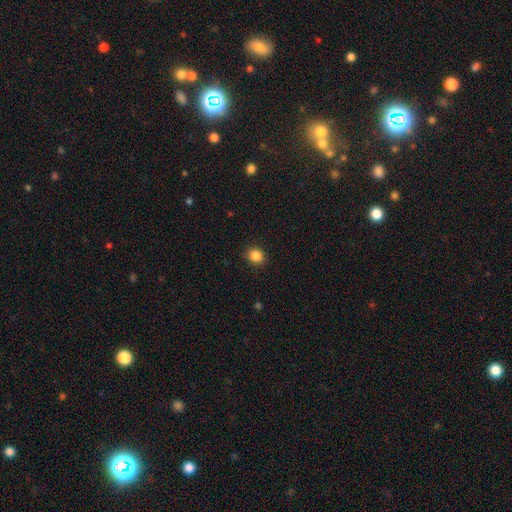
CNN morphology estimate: Overall: smooth (86%). How rounded: round (77%). Merging: none (89%).